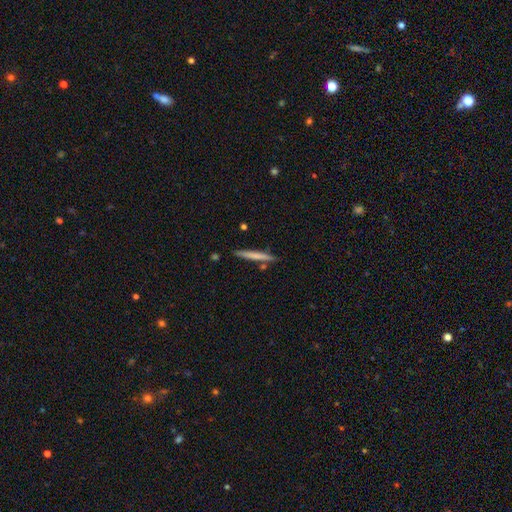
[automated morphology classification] Smooth or featured?
  - smooth: 69% *
  - featured or disk: 26%
  - star or artifact: 6%
How rounded?
  - cigar-shaped: 96% *
  - in between: 3%
  - round: 1%
Merging?
  - none: 85% *
  - minor disturbance: 9%
  - merger: 4%
  - major disturbance: 2%